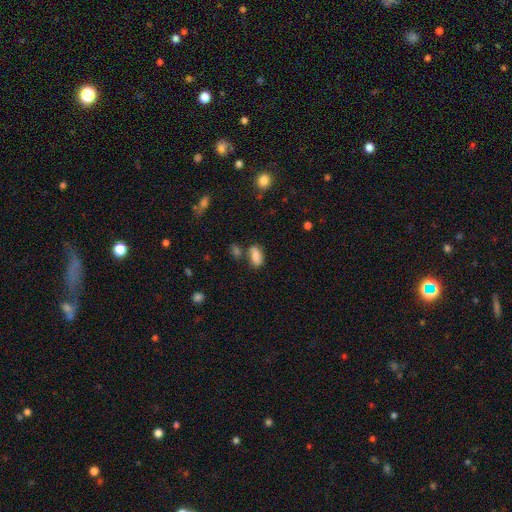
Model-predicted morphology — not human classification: Smooth or featured? Predicted: smooth (p=0.74). How rounded? Predicted: in between (p=0.89). Merging? Predicted: none (p=0.57).